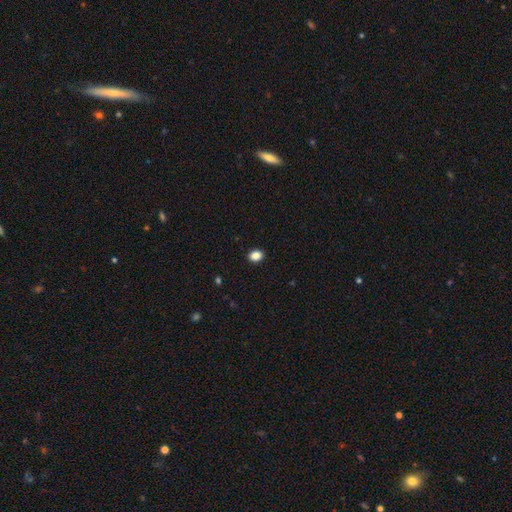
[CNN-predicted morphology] Smooth or featured? Predicted: smooth (p=0.87). How rounded? Predicted: in between (p=0.58). Merging? Predicted: none (p=0.91).